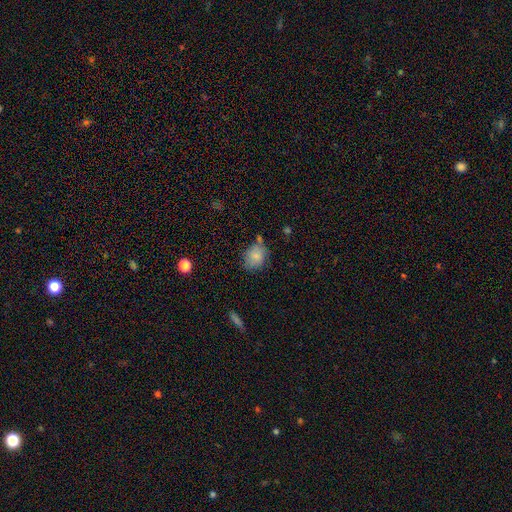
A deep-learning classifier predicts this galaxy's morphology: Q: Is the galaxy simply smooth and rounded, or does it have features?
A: smooth — 80%.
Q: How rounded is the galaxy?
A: in between — 60%.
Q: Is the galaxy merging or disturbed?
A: none — 62%.